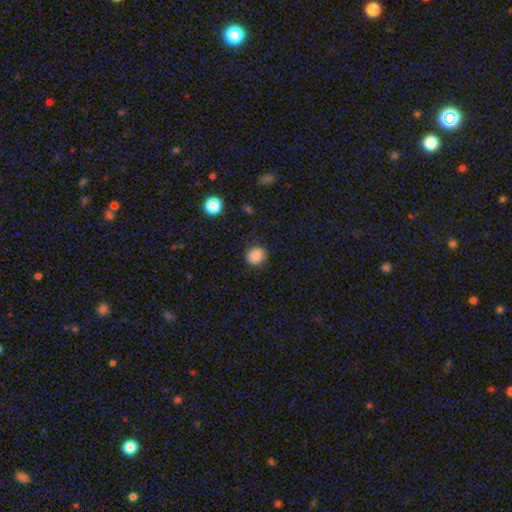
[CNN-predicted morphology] Smooth or featured: smooth — 87% (star or artifact — 10%)
How rounded: round — 87% (in between — 13%)
Merging: none — 88% (minor disturbance — 8%)